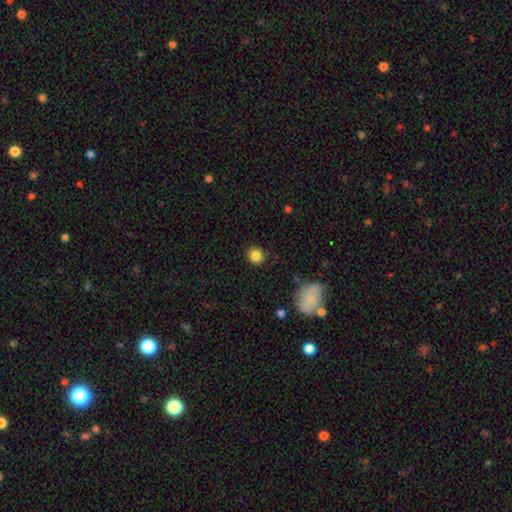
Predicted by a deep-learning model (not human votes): Smooth or featured? Predicted: smooth (p=0.84). How rounded? Predicted: round (p=0.82). Merging? Predicted: none (p=0.88).